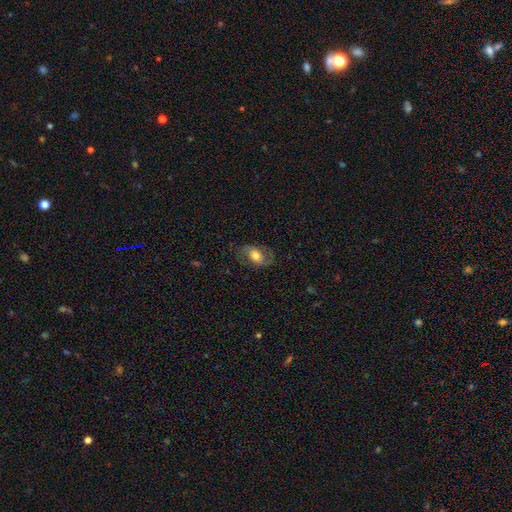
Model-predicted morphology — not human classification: Q: Smooth or featured?
A: smooth (51%); runner-up: featured or disk (42%)
Q: How rounded?
A: in between (84%); runner-up: round (14%)
Q: Merging?
A: none (69%); runner-up: minor disturbance (19%)